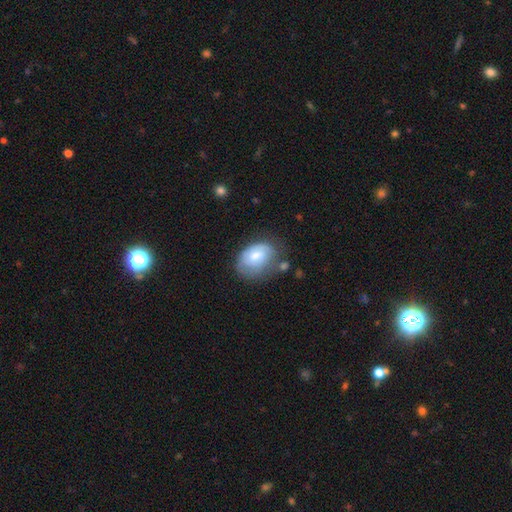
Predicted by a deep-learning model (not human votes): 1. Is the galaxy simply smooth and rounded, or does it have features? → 62% smooth, 31% featured or disk, 7% star or artifact.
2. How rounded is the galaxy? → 75% in between, 24% round, 1% cigar-shaped.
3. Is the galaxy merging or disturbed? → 45% none, 33% minor disturbance, 15% major disturbance, 6% merger.